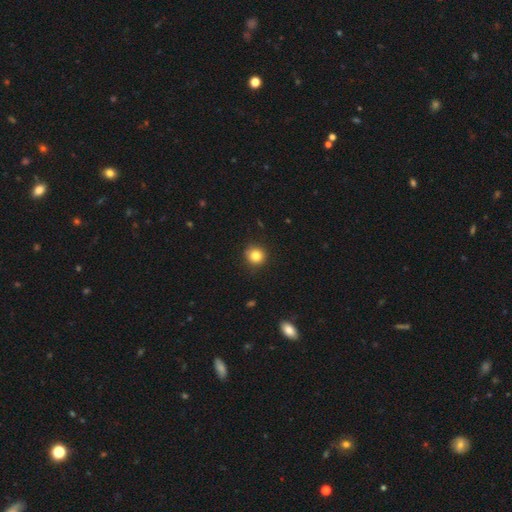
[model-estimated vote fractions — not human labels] The model was most divided on "smooth or featured": smooth: 83%, star or artifact: 11%, featured or disk: 6%. More confident: how rounded — round (91%); merging — none (87%).